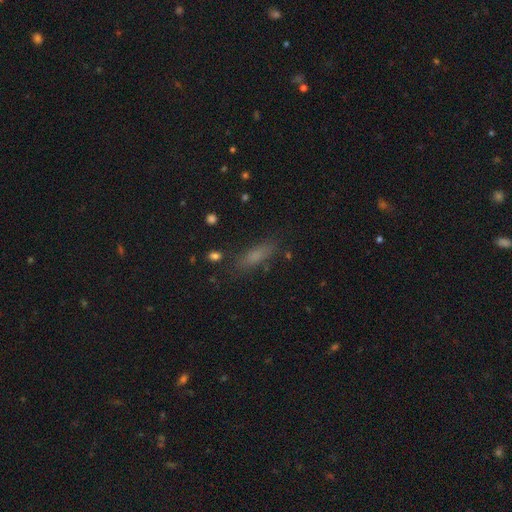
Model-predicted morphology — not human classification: Smooth or featured? smooth (71%)
How rounded? cigar-shaped (53%)
Merging? none (79%)